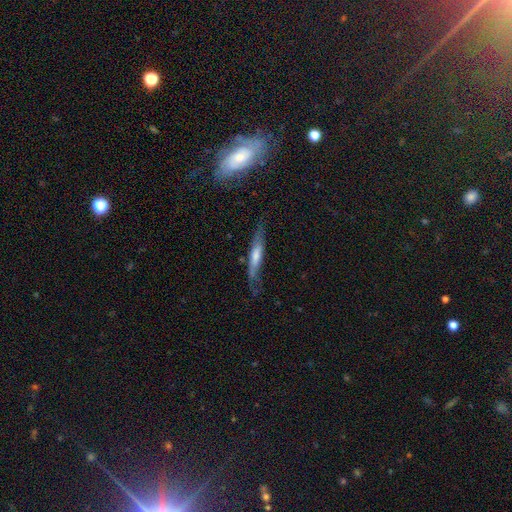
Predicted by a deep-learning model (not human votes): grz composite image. It shows a smooth galaxy with no disk features (47%). Merging: none (66%).